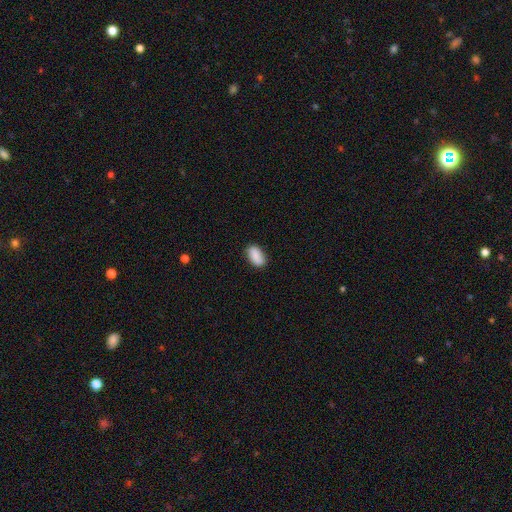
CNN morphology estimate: A smooth galaxy with no disk features (87%) that is in between round and cigar-shaped (93%). Merging: none (84%).